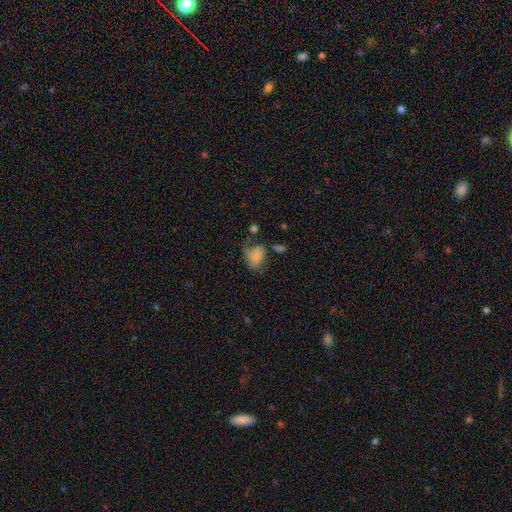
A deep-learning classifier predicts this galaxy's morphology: type=smooth (68%); roundness=in between (79%); merging=none (32%).